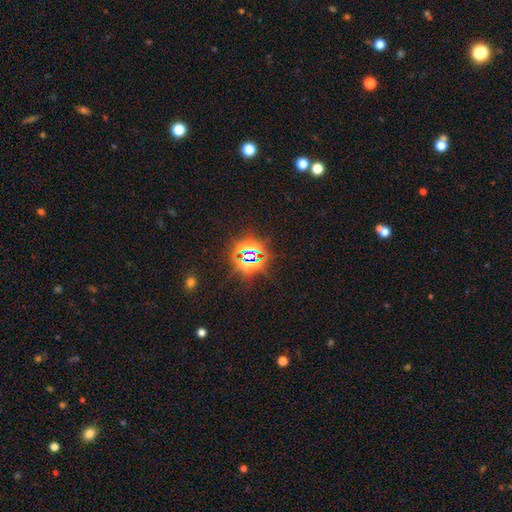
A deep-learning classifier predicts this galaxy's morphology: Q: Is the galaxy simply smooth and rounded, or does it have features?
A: star or artifact — 80%.